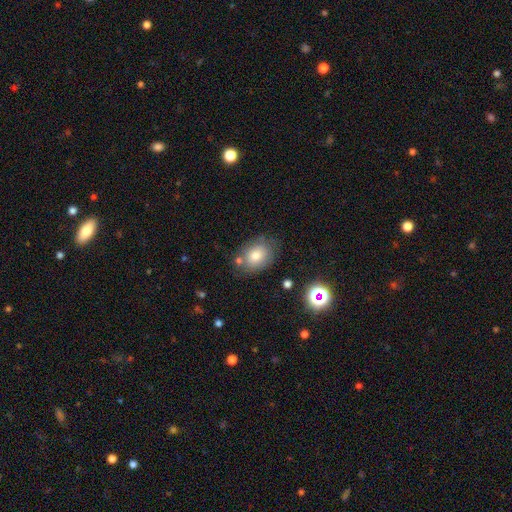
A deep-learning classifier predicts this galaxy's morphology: Smooth or featured? Predicted: smooth (p=0.77). How rounded? Predicted: in between (p=0.68). Merging? Predicted: none (p=0.69).